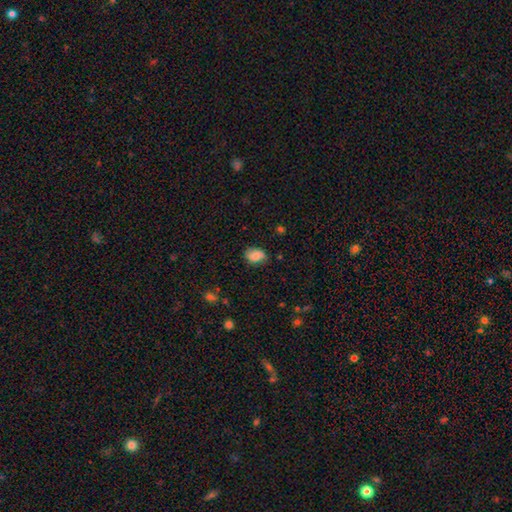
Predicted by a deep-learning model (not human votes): Smooth or featured? smooth (77%)
How rounded? in between (78%)
Merging? none (69%)